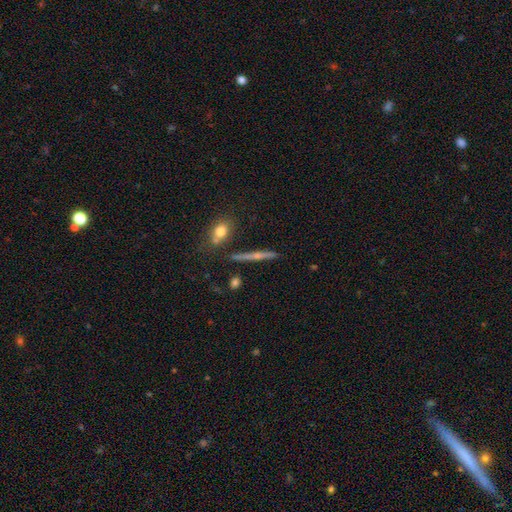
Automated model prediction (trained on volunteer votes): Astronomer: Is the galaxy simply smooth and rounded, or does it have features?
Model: featured or disk — 63%.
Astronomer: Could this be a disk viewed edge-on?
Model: yes — 95%.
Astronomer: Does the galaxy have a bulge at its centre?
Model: rounded — 65%.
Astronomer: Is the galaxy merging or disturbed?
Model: none — 83%.